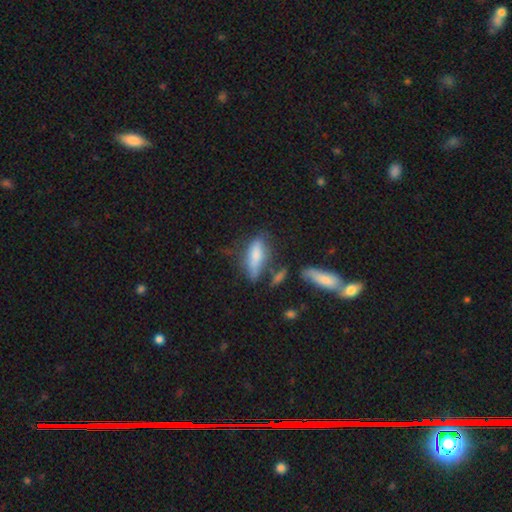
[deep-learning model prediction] Morphology: type=smooth (71%); roundness=in between (59%); merging=none (45%).